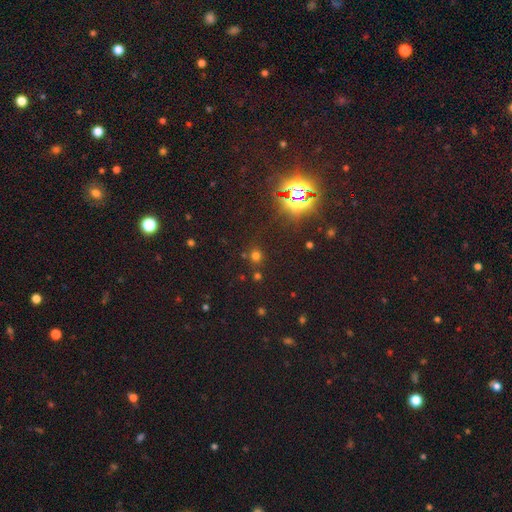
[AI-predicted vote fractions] smooth 59%, star or artifact 35%, featured or disk 7%. Down the decision tree: how rounded — round (88%); merging — none (79%).